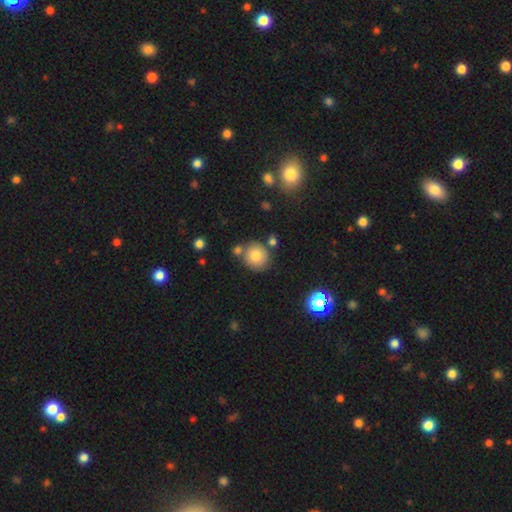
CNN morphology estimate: Smooth or featured: smooth — 77% (featured or disk — 12%)
How rounded: round — 87% (in between — 13%)
Merging: none — 71% (merger — 14%)